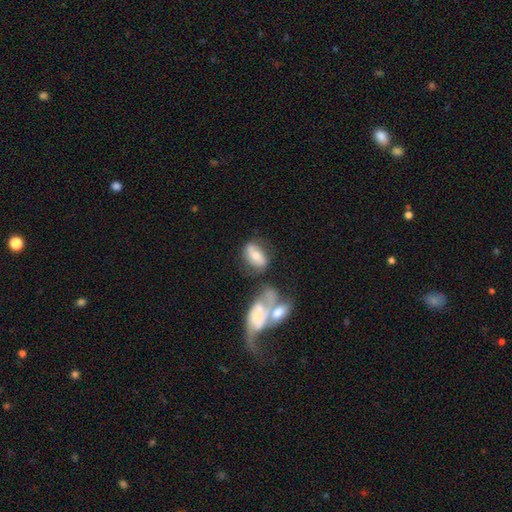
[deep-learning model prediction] smooth_or_featured: smooth (p=0.57) [alt: featured or disk p=0.35]
how_rounded: in between (p=0.84) [alt: round p=0.09]
merging: none (p=0.49) [alt: merger p=0.24]